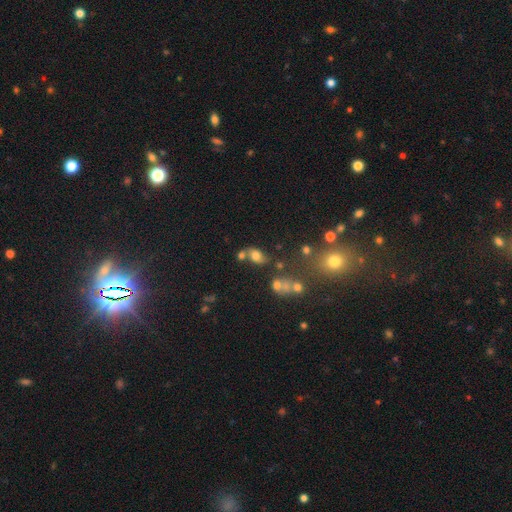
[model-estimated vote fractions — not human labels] Smooth or featured: smooth — 66% (featured or disk — 20%)
How rounded: in between — 79% (round — 18%)
Merging: none — 46% (merger — 28%)